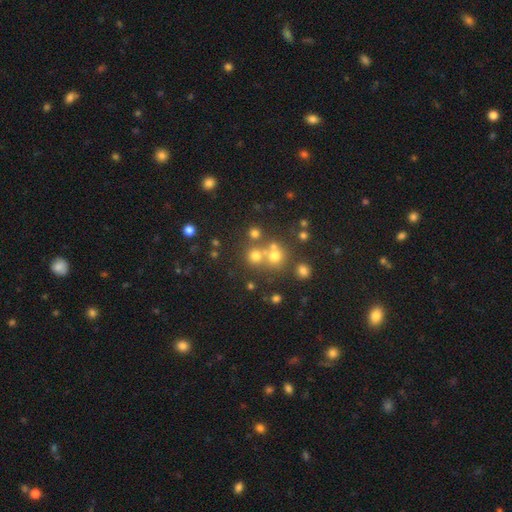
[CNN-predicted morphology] Smooth or featured?
  - smooth: 68% *
  - star or artifact: 21%
  - featured or disk: 11%
How rounded?
  - round: 89% *
  - in between: 10%
  - cigar-shaped: 1%
Merging?
  - none: 61% *
  - merger: 27%
  - minor disturbance: 8%
  - major disturbance: 4%